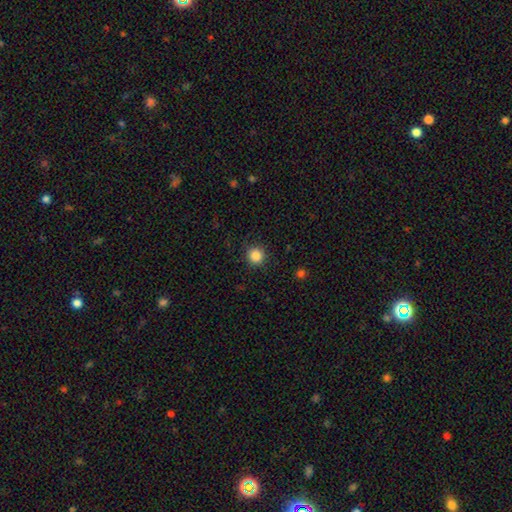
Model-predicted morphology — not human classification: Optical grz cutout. It shows a smooth galaxy with no disk features (86%) that is round (94%). Merging: none (90%).